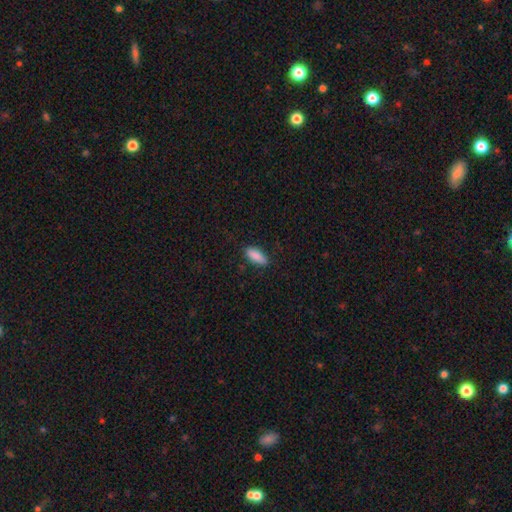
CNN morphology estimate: Smooth or featured?
  - smooth: 88% *
  - star or artifact: 7%
  - featured or disk: 5%
How rounded?
  - in between: 75% *
  - cigar-shaped: 23%
  - round: 2%
Merging?
  - none: 82% *
  - minor disturbance: 14%
  - major disturbance: 3%
  - merger: 1%